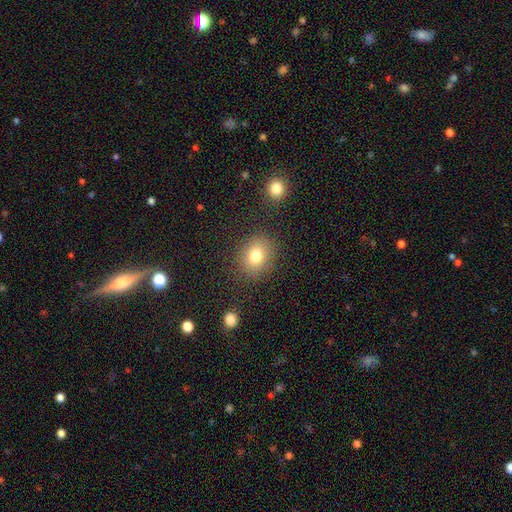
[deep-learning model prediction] smooth 79%, star or artifact 12%, featured or disk 9%. Down the decision tree: how rounded — round (66%); merging — none (85%).